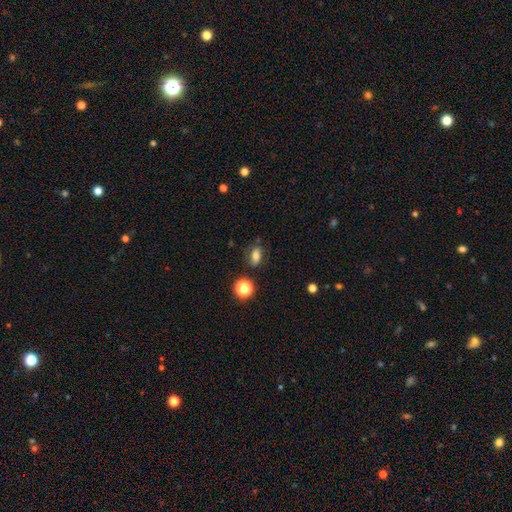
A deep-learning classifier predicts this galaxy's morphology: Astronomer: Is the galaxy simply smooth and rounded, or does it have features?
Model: smooth — 70%.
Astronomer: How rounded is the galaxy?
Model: in between — 76%.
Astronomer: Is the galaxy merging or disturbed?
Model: none — 72%.